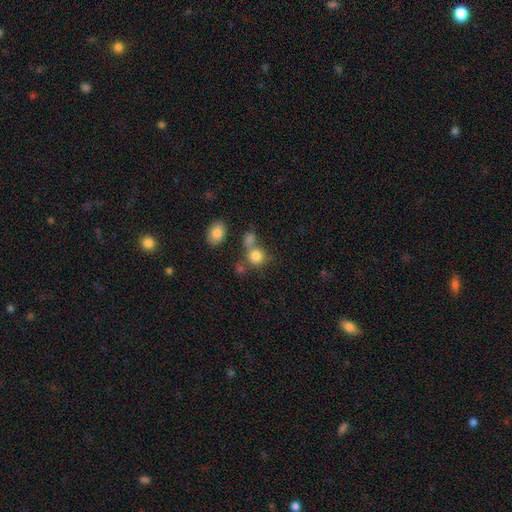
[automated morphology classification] Smooth or featured: smooth — 81% (star or artifact — 11%)
How rounded: round — 78% (in between — 21%)
Merging: none — 50% (merger — 33%)